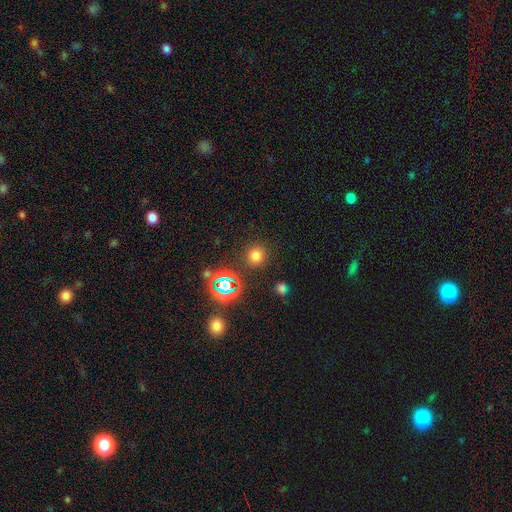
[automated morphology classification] A smooth galaxy with no disk features (70%) that is round (89%). Merging: none (86%).